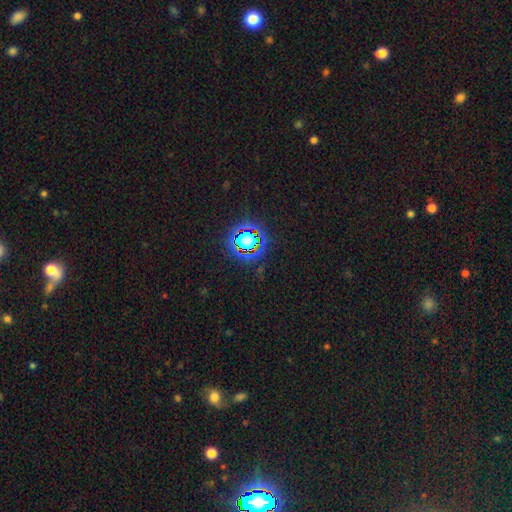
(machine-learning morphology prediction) smooth-or-featured: star or artifact: 81% | smooth: 12% | featured or disk: 7%